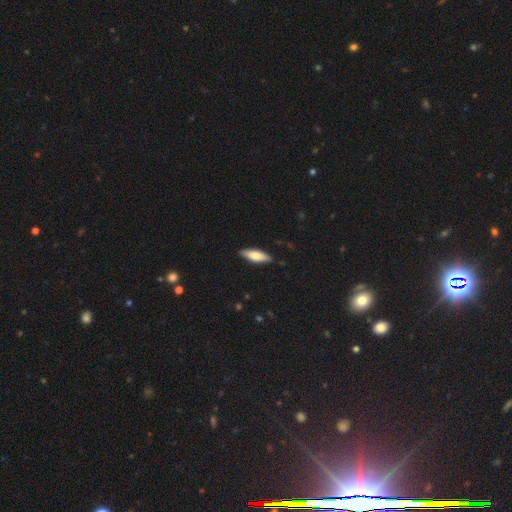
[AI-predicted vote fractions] This is likely a smooth galaxy (71%). How rounded: possibly in between (55%). Merging: clearly none (87%).